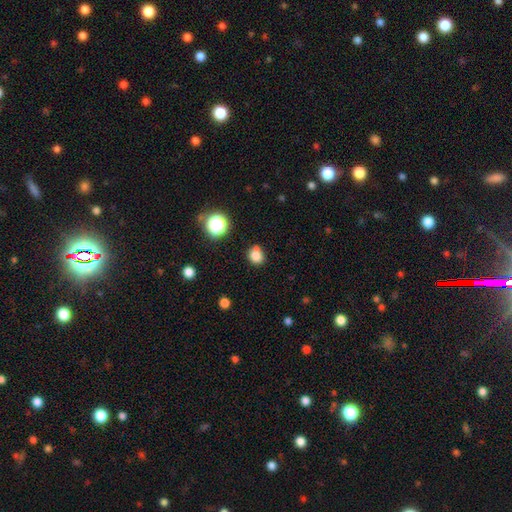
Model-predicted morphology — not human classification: This is likely a smooth galaxy (79%). How rounded: likely round (70%). Merging: likely none (61%).